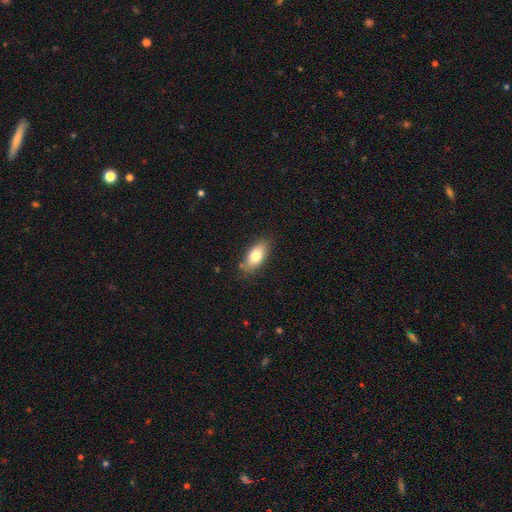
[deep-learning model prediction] A smooth galaxy with no disk features (75%) that is in between round and cigar-shaped (85%). Merging: none (82%).